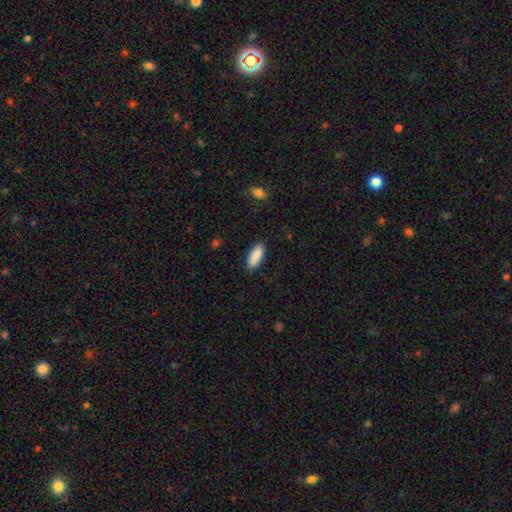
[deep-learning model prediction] smooth-or-featured: smooth: 89% | star or artifact: 6% | featured or disk: 5%
  how-rounded: in between: 81% | cigar-shaped: 17% | round: 2%
  merging: none: 87% | minor disturbance: 10% | major disturbance: 2% | merger: 1%